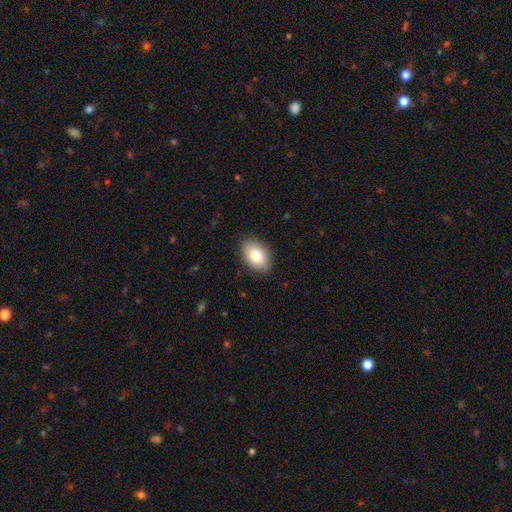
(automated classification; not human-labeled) Morphology: type=smooth (84%); roundness=in between (88%); merging=none (87%).